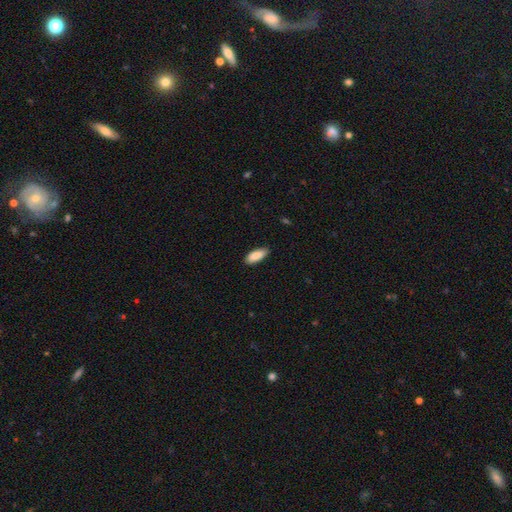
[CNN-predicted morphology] A smooth galaxy with no disk features (89%) that is in between round and cigar-shaped (76%). Merging: none (84%).